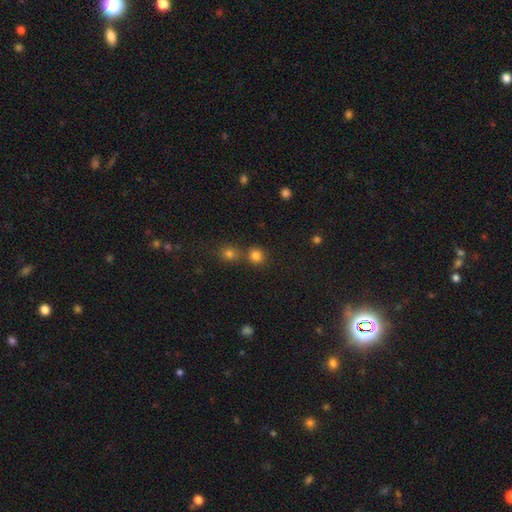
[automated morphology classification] type=smooth (81%); roundness=round (89%); merging=none (65%).